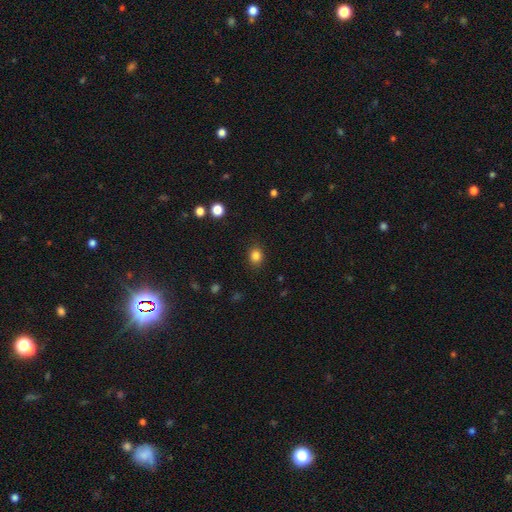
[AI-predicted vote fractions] This appears to be a smooth galaxy with no disk features (84%) that is round (67%). Merging: none (88%).